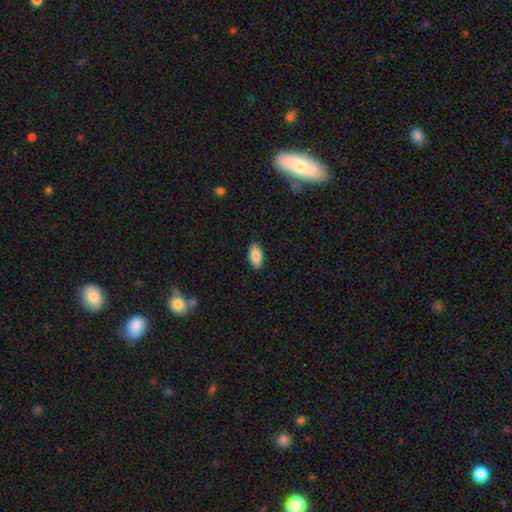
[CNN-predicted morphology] type=smooth (87%); roundness=in between (92%); merging=none (89%).